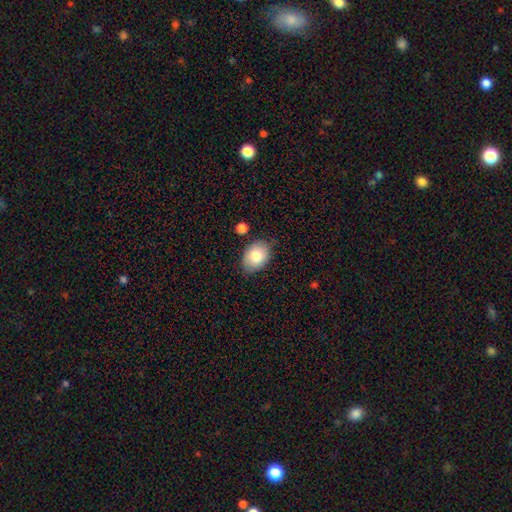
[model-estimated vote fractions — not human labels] Smooth or featured: smooth — 83% (featured or disk — 11%)
How rounded: in between — 78% (round — 21%)
Merging: none — 76% (minor disturbance — 17%)